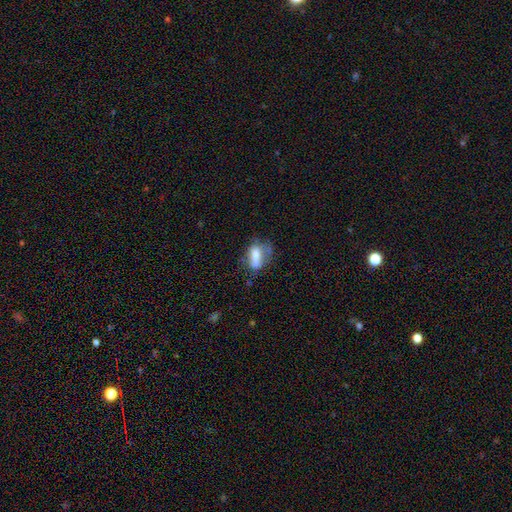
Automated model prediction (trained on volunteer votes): smooth 63%, featured or disk 27%, star or artifact 10%. Down the decision tree: how rounded — in between (77%); merging — none (43%).